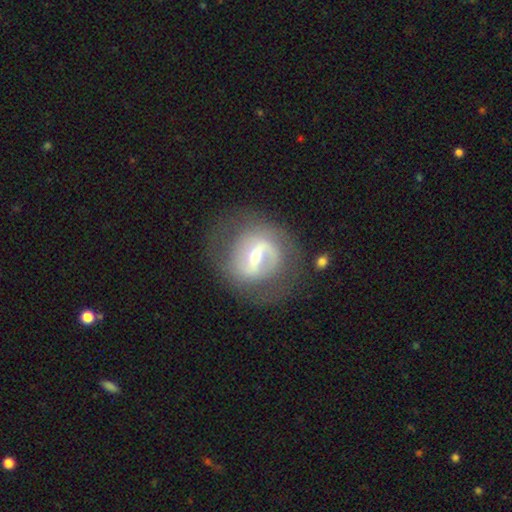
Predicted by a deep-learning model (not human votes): Smooth or featured: featured or disk — 75% (smooth — 18%)
Edge-on disk: no — 95% (yes — 5%)
Bar: strong — 50% (weak — 38%)
Spiral arms: yes — 73% (no — 27%)
Spiral winding: medium — 41% (loose — 30%)
Spiral arm count: 2 — 62% (can't tell — 17%)
Bulge size: moderate — 49% (small — 42%)
Merging: none — 63% (major disturbance — 17%)